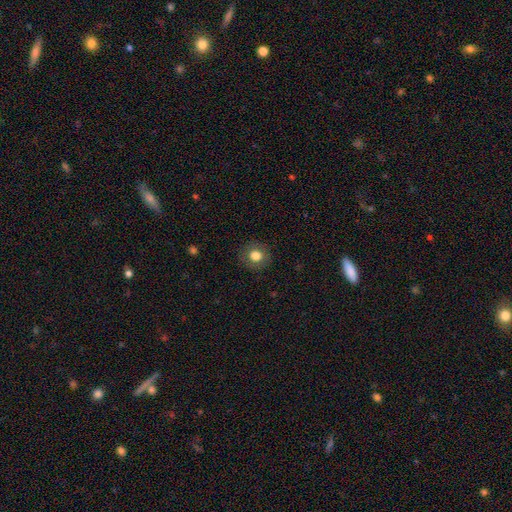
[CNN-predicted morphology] This appears to be a smooth galaxy with no disk features (77%) that is round (85%). Merging: none (88%).